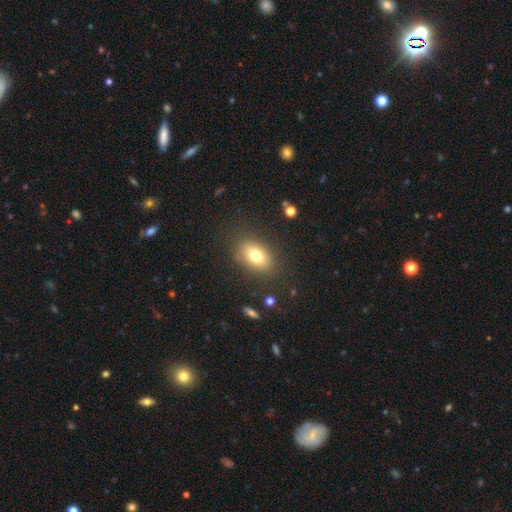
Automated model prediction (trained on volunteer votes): This appears to be a smooth galaxy with no disk features (75%) that is in between round and cigar-shaped (82%). Merging: none (84%).